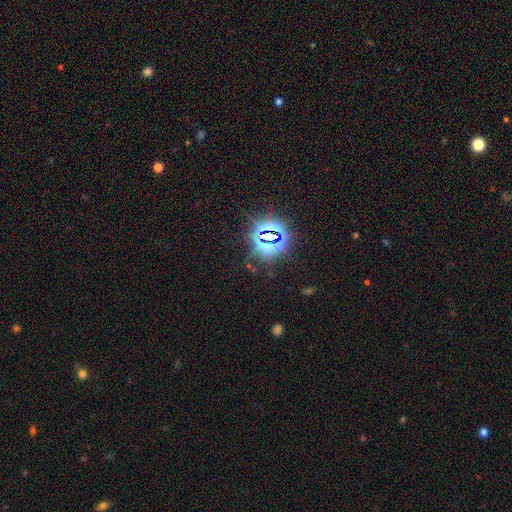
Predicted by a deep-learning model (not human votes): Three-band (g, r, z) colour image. It shows a star or artifact, not a galaxy (82%).